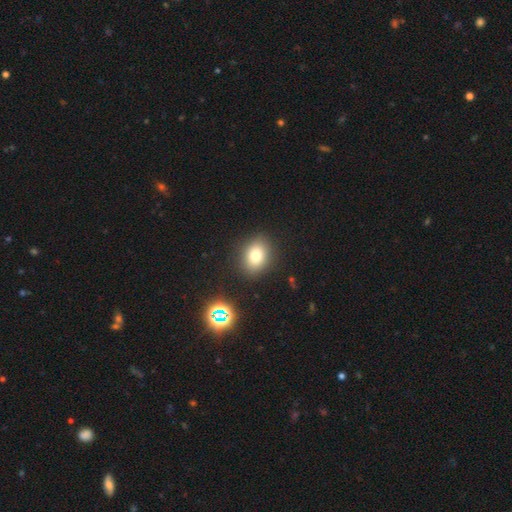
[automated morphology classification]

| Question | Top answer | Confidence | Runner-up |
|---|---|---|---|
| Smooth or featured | smooth | 77% | star or artifact (13%) |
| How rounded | in between | 57% | round (41%) |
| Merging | none | 86% | minor disturbance (9%) |